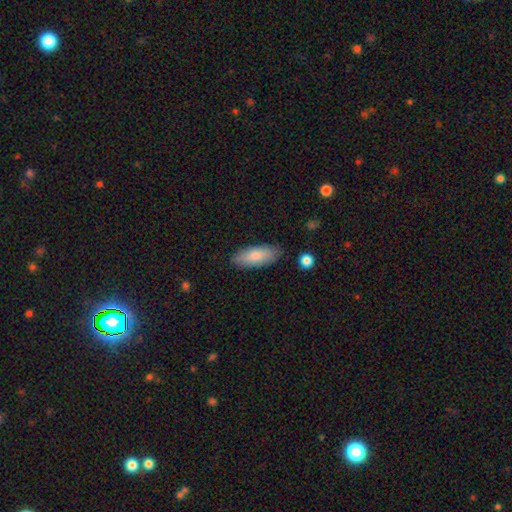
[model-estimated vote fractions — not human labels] The model was most divided on "how rounded": in between: 78%, cigar-shaped: 20%, round: 2%. More confident: merging — none (84%); smooth or featured — smooth (82%).